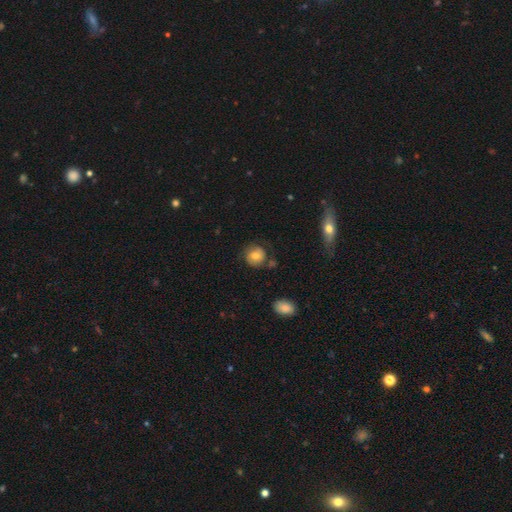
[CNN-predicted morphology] A smooth galaxy with no disk features (62%) that is round (83%). Merging: none (70%).